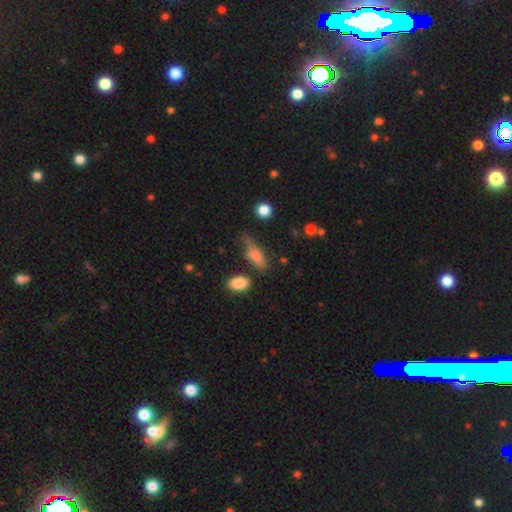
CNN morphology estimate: Overall: smooth (69%). How rounded: in between (59%; cigar-shaped 37%). Merging: none (50%; minor disturbance 31%).